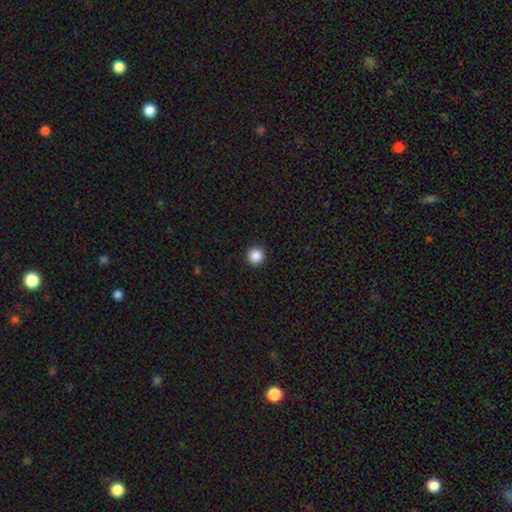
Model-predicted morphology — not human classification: smooth-or-featured: smooth: 87% | star or artifact: 10% | featured or disk: 3%
  how-rounded: round: 96% | in between: 3% | cigar-shaped: 1%
  merging: none: 93% | minor disturbance: 4% | major disturbance: 2% | merger: 1%